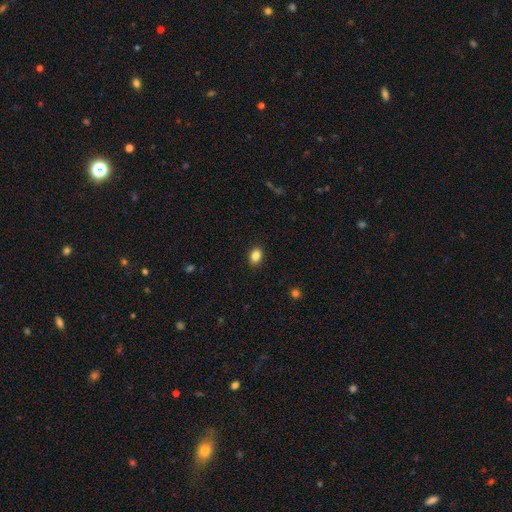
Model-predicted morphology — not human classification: type=smooth (86%); roundness=in between (71%); merging=none (90%).